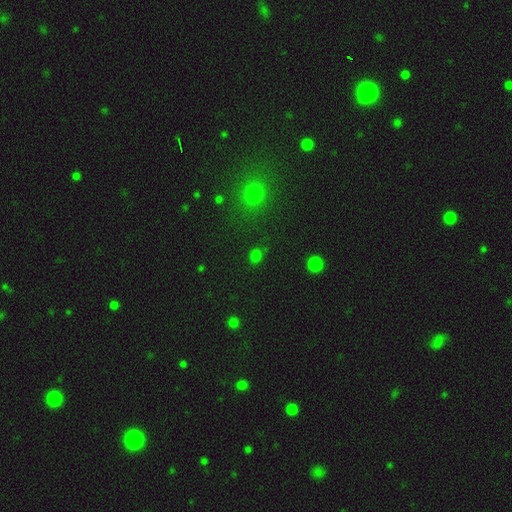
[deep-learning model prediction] Q: Smooth or featured?
A: smooth (71%); runner-up: star or artifact (24%)
Q: How rounded?
A: round (70%); runner-up: in between (29%)
Q: Merging?
A: none (80%); runner-up: minor disturbance (12%)